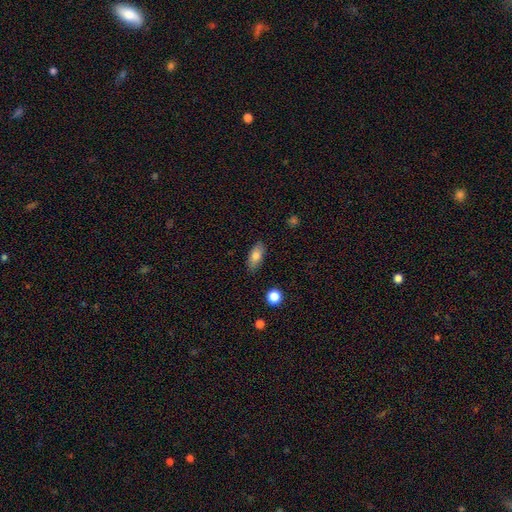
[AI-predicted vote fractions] Smooth or featured: smooth — 78% (featured or disk — 14%)
How rounded: in between — 86% (cigar-shaped — 10%)
Merging: none — 85% (minor disturbance — 11%)